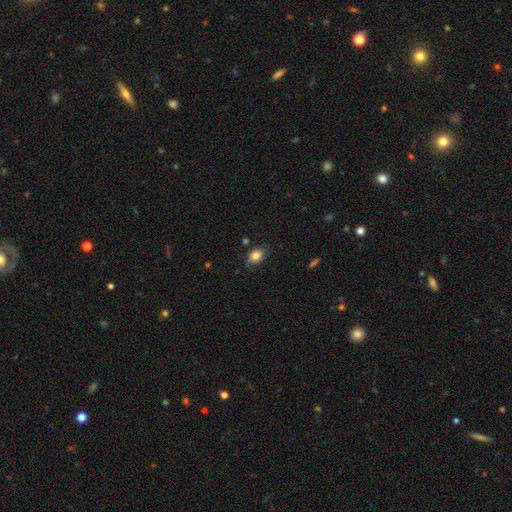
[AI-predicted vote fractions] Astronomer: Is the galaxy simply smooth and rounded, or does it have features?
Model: smooth — 84%.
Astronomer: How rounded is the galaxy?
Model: in between — 74%.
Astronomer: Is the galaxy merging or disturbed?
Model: none — 77%.